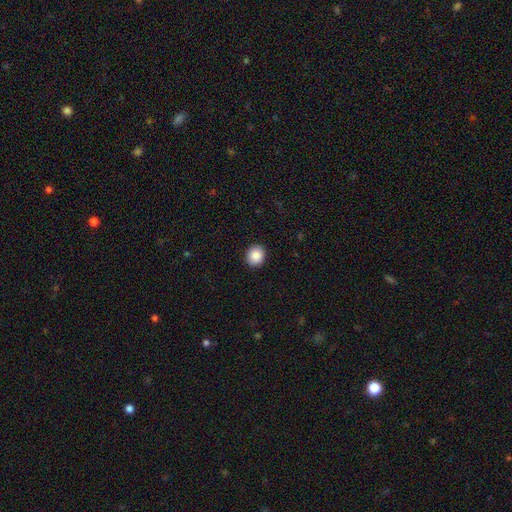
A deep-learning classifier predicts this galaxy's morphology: smooth 88%, star or artifact 8%, featured or disk 3%. Down the decision tree: how rounded — round (77%); merging — none (92%).